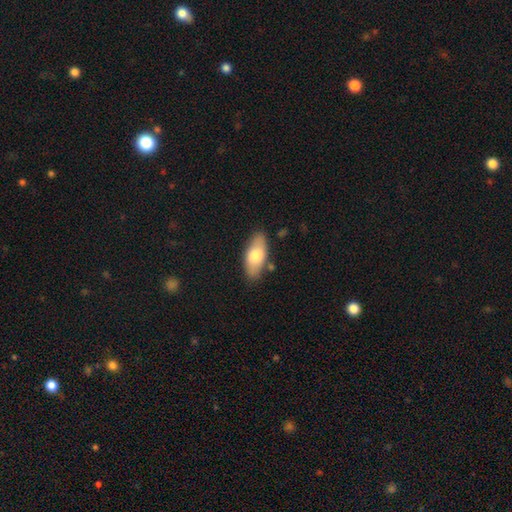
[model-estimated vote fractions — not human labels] A smooth galaxy with no disk features (71%) that is in between round and cigar-shaped (85%).

Vote fractions:
- Smooth or featured? smooth: 71% / featured or disk: 23% / star or artifact: 6%
- How rounded? in between: 85% / cigar-shaped: 12% / round: 3%
- Merging? none: 82% / minor disturbance: 12% / merger: 3% / major disturbance: 3%